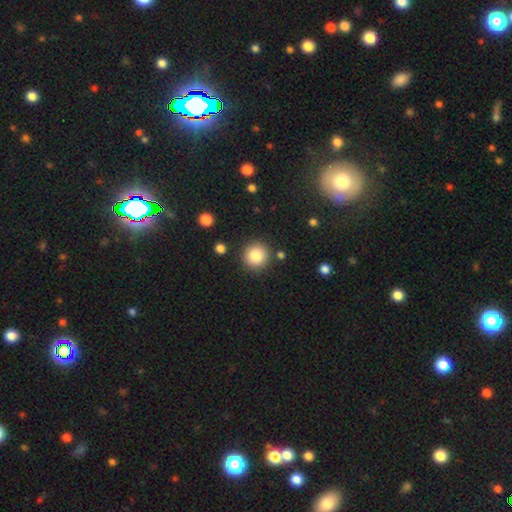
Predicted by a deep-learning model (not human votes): Smooth or featured? smooth (84%)
How rounded? round (94%)
Merging? none (88%)